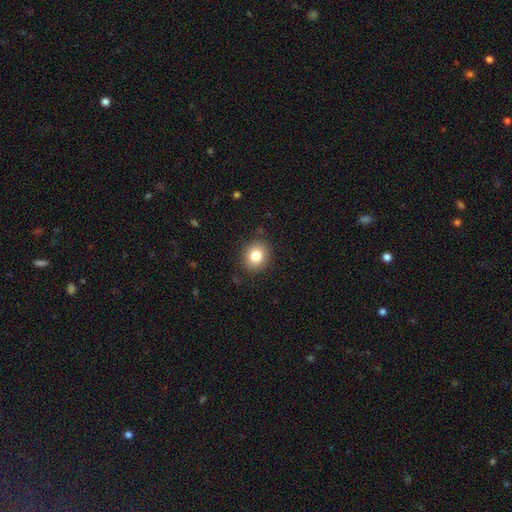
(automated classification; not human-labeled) This is clearly a smooth galaxy (81%). How rounded: likely round (73%). Merging: clearly none (88%).